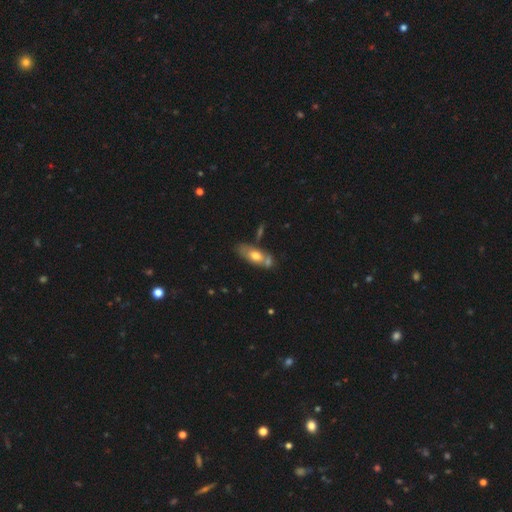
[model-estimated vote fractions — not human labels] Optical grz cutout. It shows a smooth galaxy with no disk features (60%) that is in between round and cigar-shaped (78%). Merging: none (47%).